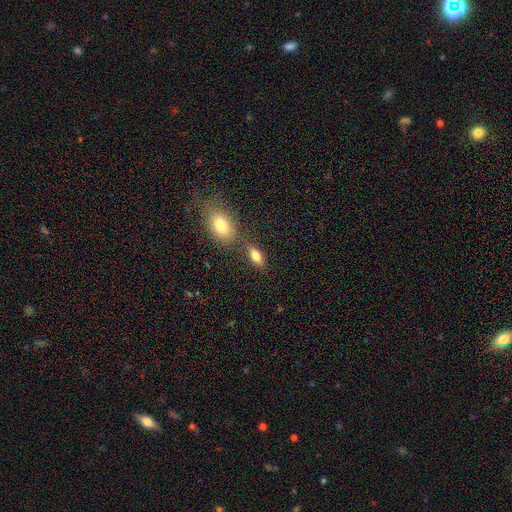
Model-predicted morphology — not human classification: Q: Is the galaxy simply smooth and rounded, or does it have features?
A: smooth — 78%.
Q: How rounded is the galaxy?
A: in between — 84%.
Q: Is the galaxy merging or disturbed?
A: none — 71%.